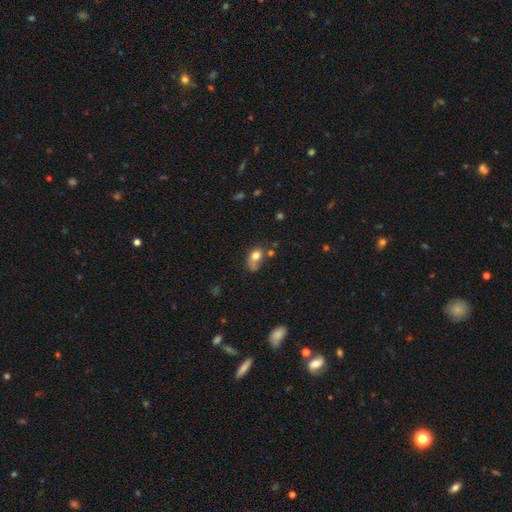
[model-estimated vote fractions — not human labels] Morphology: type=smooth (75%); roundness=in between (73%); merging=none (31%).